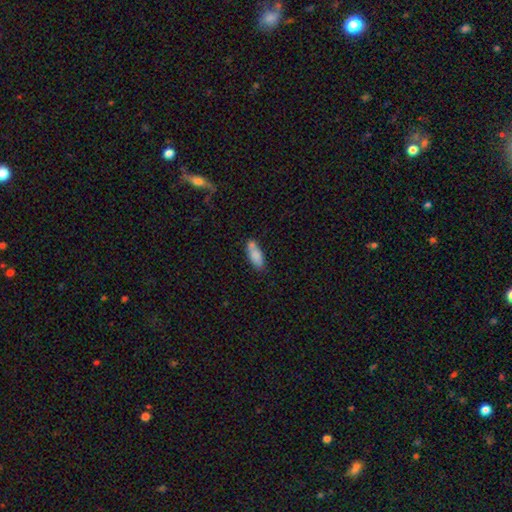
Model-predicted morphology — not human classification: type=smooth (81%); roundness=in between (69%); merging=none (58%).